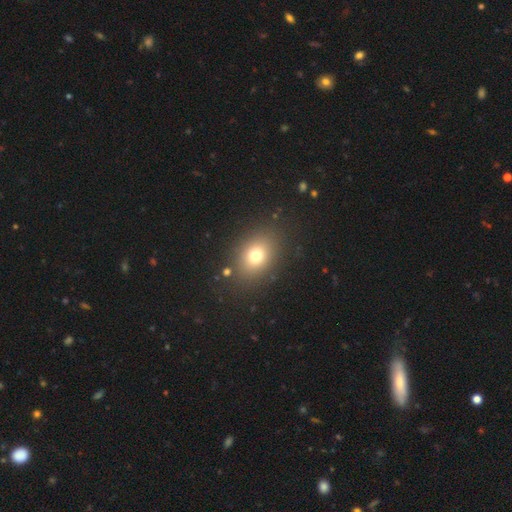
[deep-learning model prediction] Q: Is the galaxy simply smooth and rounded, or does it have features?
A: smooth — 74%.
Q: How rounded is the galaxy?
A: in between — 56%.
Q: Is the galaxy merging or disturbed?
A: none — 85%.